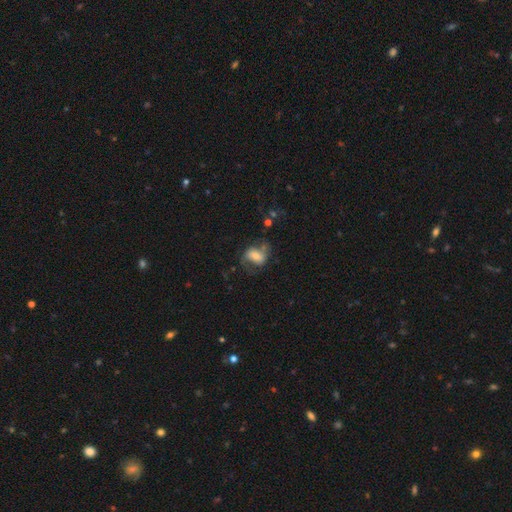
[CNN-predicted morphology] This is possibly a featured or disk galaxy (48%). Merging: possibly none (55%).